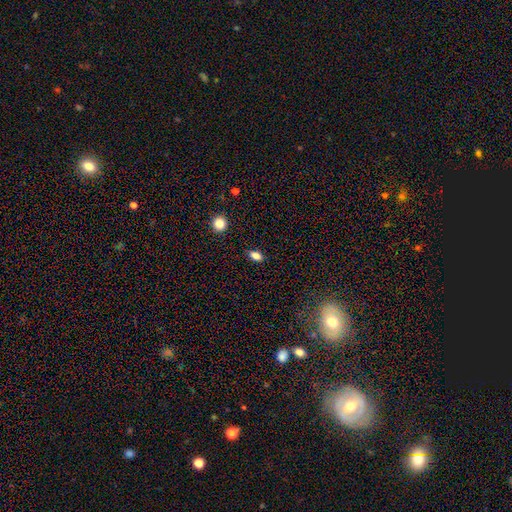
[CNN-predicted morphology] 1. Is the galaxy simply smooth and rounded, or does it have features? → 83% smooth, 12% star or artifact, 5% featured or disk.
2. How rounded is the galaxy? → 84% in between, 12% round, 4% cigar-shaped.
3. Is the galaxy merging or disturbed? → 88% none, 9% minor disturbance, 2% major disturbance, 1% merger.